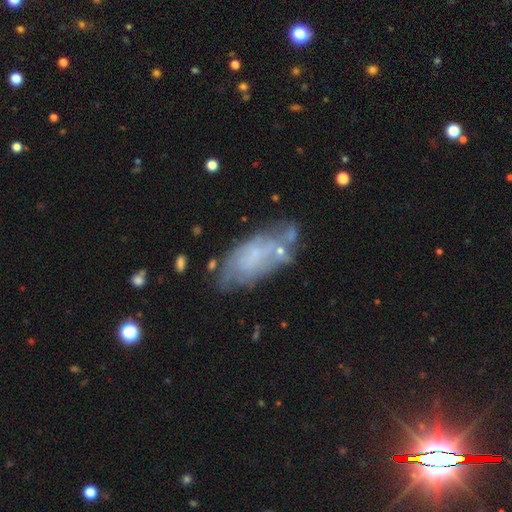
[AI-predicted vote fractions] A featured or disk galaxy (52%). Merging: none (53%).